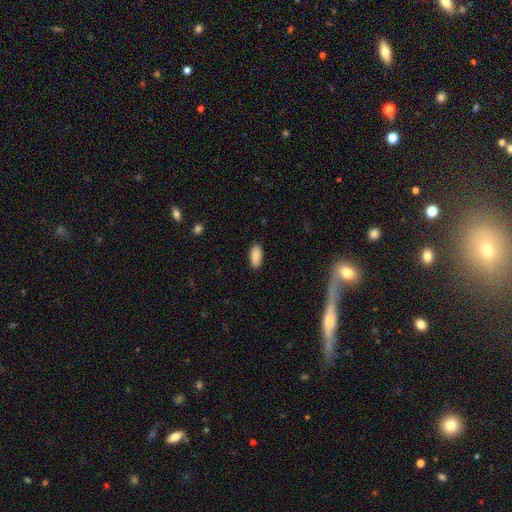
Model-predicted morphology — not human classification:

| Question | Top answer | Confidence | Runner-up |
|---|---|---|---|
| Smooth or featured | smooth | 89% | star or artifact (7%) |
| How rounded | in between | 92% | cigar-shaped (6%) |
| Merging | none | 89% | minor disturbance (8%) |